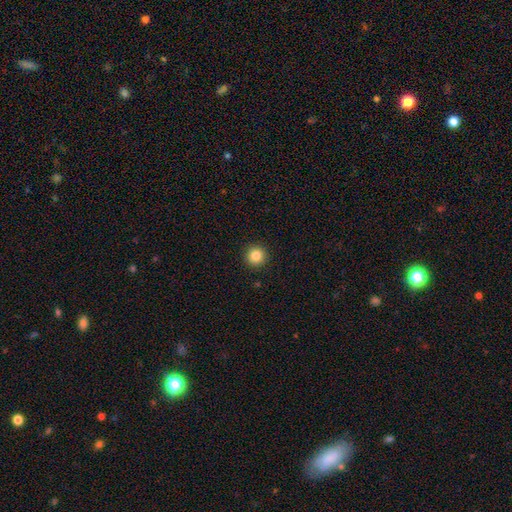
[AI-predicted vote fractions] Q: Smooth or featured?
A: smooth (84%); runner-up: star or artifact (11%)
Q: How rounded?
A: round (96%); runner-up: in between (3%)
Q: Merging?
A: none (93%); runner-up: minor disturbance (4%)